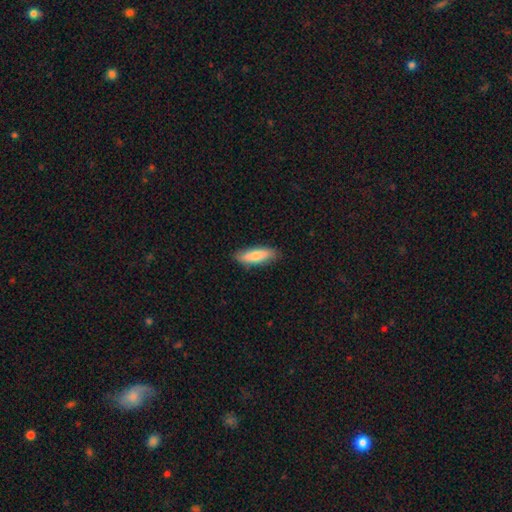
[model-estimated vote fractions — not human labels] Smooth or featured: smooth — 78% (featured or disk — 16%)
How rounded: in between — 52% (cigar-shaped — 46%)
Merging: none — 84% (minor disturbance — 13%)